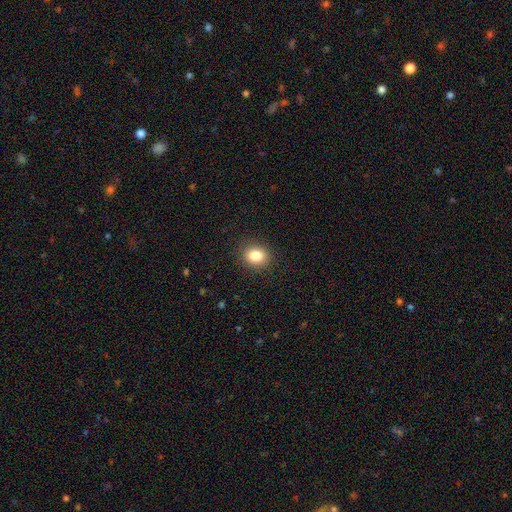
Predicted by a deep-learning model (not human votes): Smooth or featured? smooth (83%)
How rounded? round (61%)
Merging? none (89%)